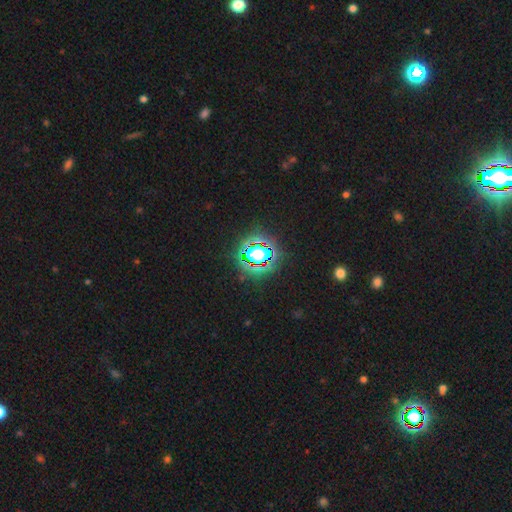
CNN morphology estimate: Smooth or featured?
  - star or artifact: 67% *
  - smooth: 22%
  - featured or disk: 11%